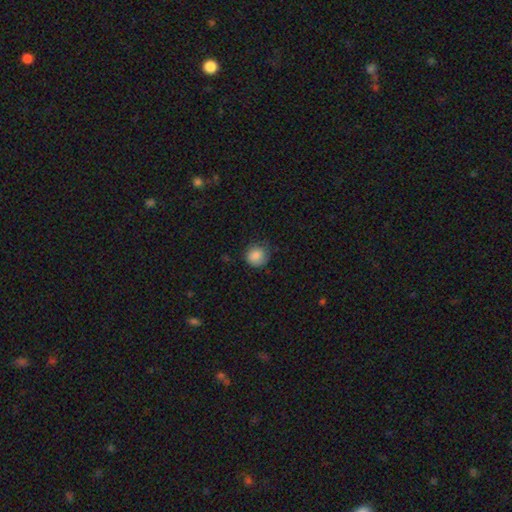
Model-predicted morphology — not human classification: Q: Smooth or featured?
A: smooth (85%); runner-up: star or artifact (8%)
Q: How rounded?
A: round (85%); runner-up: in between (14%)
Q: Merging?
A: none (68%); runner-up: minor disturbance (25%)